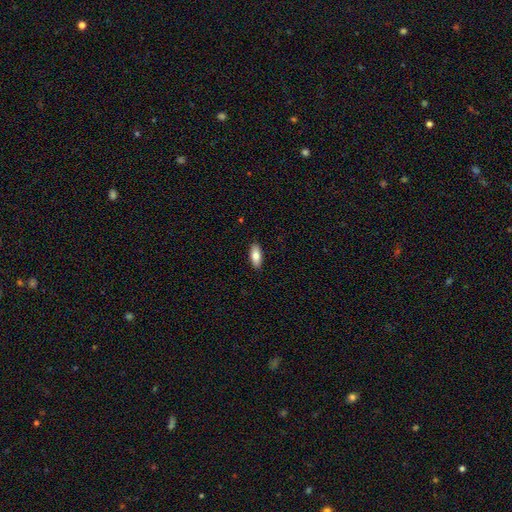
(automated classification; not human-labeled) Q: Smooth or featured?
A: smooth (82%); runner-up: featured or disk (11%)
Q: How rounded?
A: in between (83%); runner-up: cigar-shaped (15%)
Q: Merging?
A: none (90%); runner-up: minor disturbance (8%)